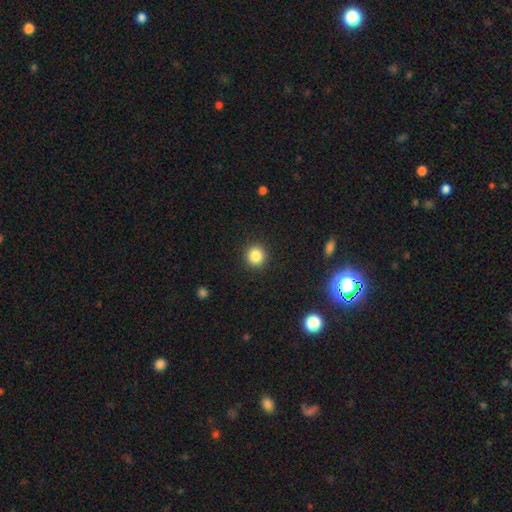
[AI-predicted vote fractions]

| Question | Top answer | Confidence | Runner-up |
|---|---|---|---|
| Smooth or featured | smooth | 85% | star or artifact (11%) |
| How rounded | round | 92% | in between (7%) |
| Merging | none | 91% | minor disturbance (5%) |